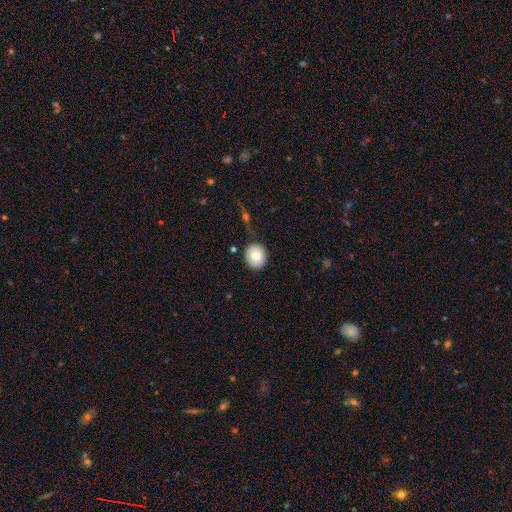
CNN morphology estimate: Smooth or featured?
  - smooth: 75% *
  - featured or disk: 17%
  - star or artifact: 8%
How rounded?
  - round: 82% *
  - in between: 17%
  - cigar-shaped: 1%
Merging?
  - none: 86% *
  - minor disturbance: 9%
  - major disturbance: 2%
  - merger: 2%